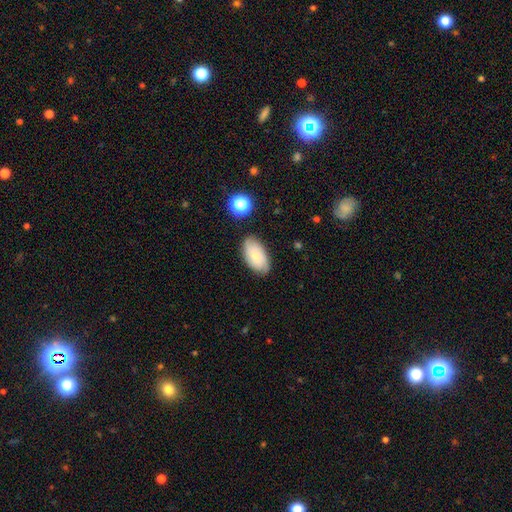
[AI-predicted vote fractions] smooth_or_featured: smooth (p=0.66) [alt: featured or disk p=0.25]
how_rounded: in between (p=0.93) [alt: round p=0.04]
merging: none (p=0.78) [alt: minor disturbance p=0.16]